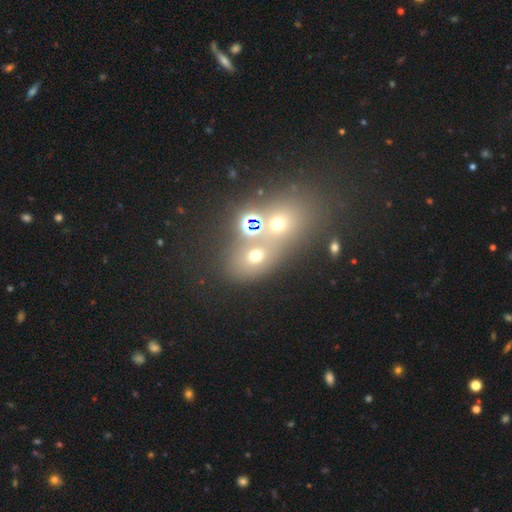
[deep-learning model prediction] Q: Smooth or featured?
A: smooth (55%); runner-up: star or artifact (30%)
Q: How rounded?
A: round (58%); runner-up: in between (40%)
Q: Merging?
A: none (44%); runner-up: merger (42%)